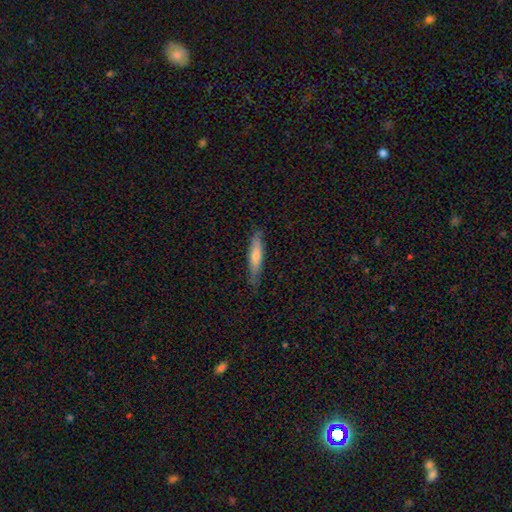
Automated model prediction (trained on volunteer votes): A smooth galaxy with no disk features (60%) that is cigar-shaped (86%).

Vote fractions:
- Smooth or featured? smooth: 60% / featured or disk: 35% / star or artifact: 6%
- How rounded? cigar-shaped: 86% / in between: 12% / round: 1%
- Merging? none: 82% / minor disturbance: 14% / major disturbance: 2% / merger: 1%